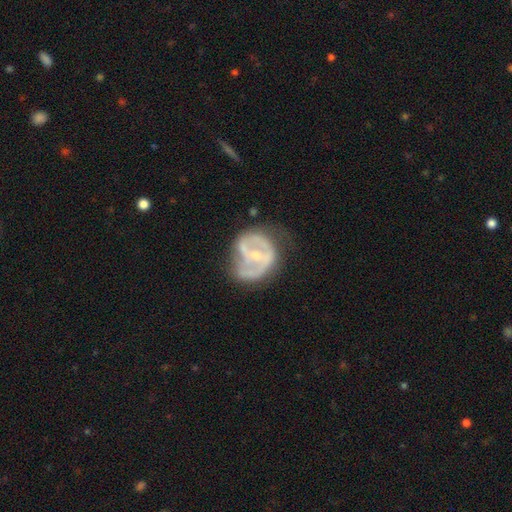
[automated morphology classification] A featured or disk galaxy (75%) with a weak bar (43%), spiral arms (65%) and a small central bulge (54%). Merging: none (43%).